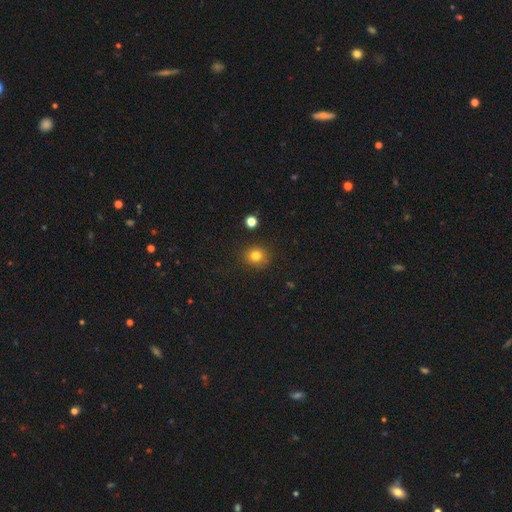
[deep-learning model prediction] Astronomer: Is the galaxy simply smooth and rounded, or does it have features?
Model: smooth — 80%.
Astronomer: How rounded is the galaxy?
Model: round — 83%.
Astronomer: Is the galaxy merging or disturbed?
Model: none — 87%.